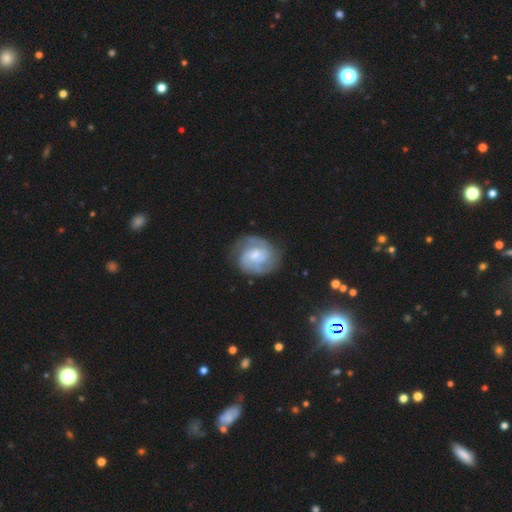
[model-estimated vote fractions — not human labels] Morphology: type=featured or disk (78%); edge-on=no (98%); bar=weak (51%); spiral arms=yes (93%); winding=tight (49%); arm count=2 (58%); bulge=moderate (43%); merging=none (70%).